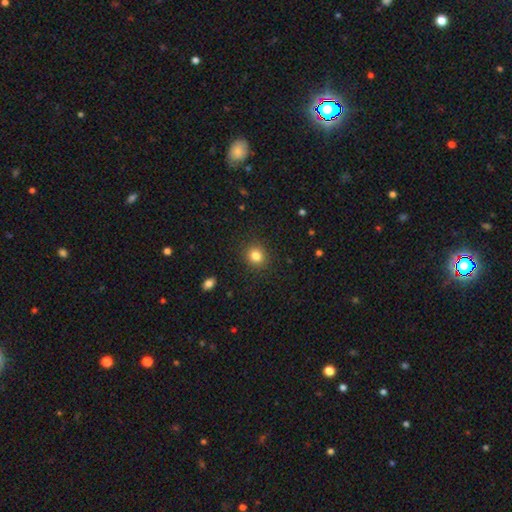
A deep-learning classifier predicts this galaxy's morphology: Smooth or featured? Predicted: smooth (p=0.83). How rounded? Predicted: round (p=0.82). Merging? Predicted: none (p=0.90).